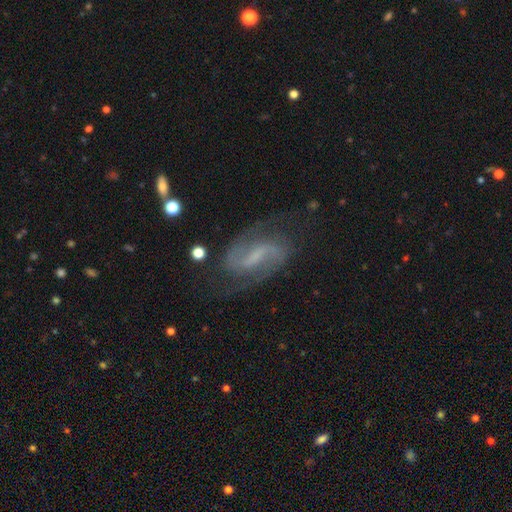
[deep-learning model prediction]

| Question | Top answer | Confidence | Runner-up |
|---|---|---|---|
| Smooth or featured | featured or disk | 87% | star or artifact (6%) |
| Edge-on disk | no | 97% | yes (3%) |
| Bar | weak | 49% | strong (36%) |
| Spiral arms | yes | 97% | no (3%) |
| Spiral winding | medium | 53% | loose (29%) |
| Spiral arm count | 2 | 92% | can't tell (3%) |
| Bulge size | small | 46% | none (35%) |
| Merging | none | 76% | minor disturbance (15%) |